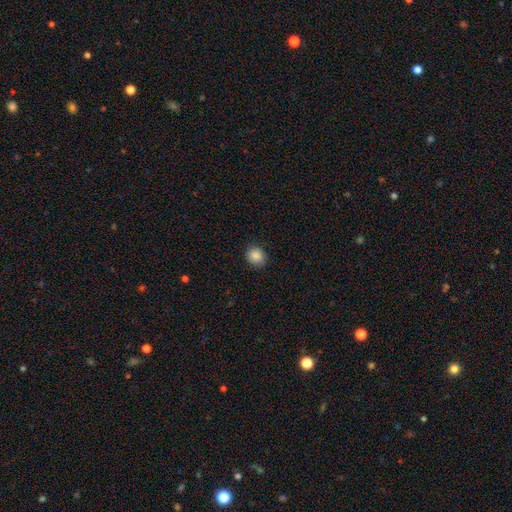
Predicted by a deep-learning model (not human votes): smooth-or-featured: smooth: 87% | star or artifact: 9% | featured or disk: 4%
  how-rounded: round: 76% | in between: 24% | cigar-shaped: 1%
  merging: none: 87% | minor disturbance: 10% | major disturbance: 2% | merger: 1%